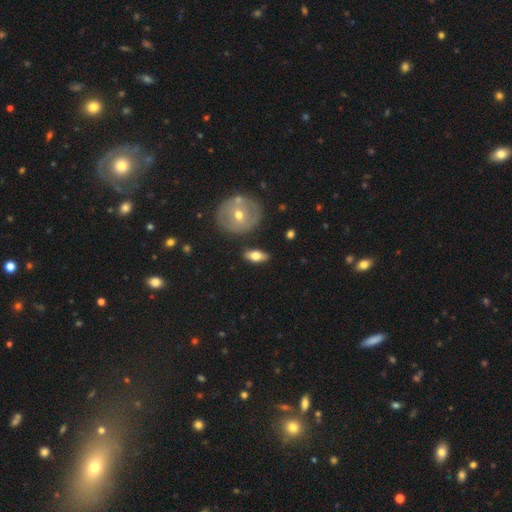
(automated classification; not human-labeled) smooth_or_featured: smooth (p=0.59) [alt: featured or disk p=0.35]
how_rounded: in between (p=0.77) [alt: cigar-shaped p=0.15]
merging: none (p=0.85) [alt: minor disturbance p=0.10]